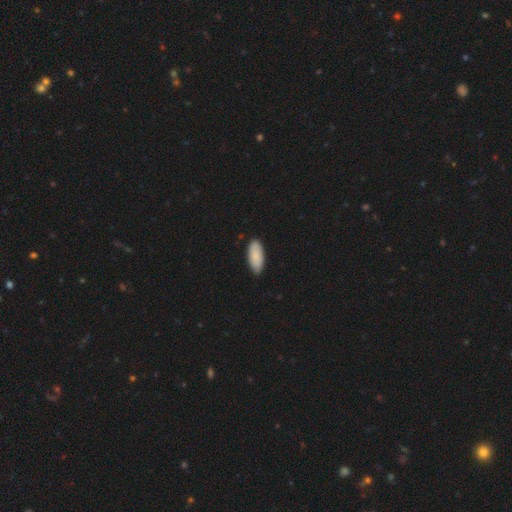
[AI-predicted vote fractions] smooth_or_featured: smooth (p=0.85) [alt: featured or disk p=0.09]
how_rounded: in between (p=0.86) [alt: cigar-shaped p=0.12]
merging: none (p=0.84) [alt: minor disturbance p=0.13]